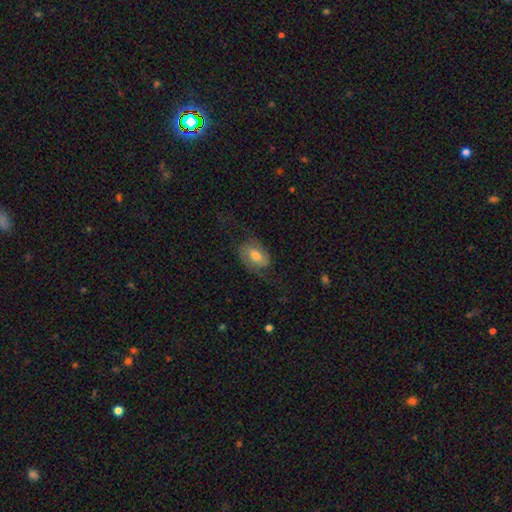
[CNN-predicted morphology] smooth-or-featured: featured or disk: 56% | smooth: 36% | star or artifact: 8%
  disk-edge-on: no: 96% | yes: 4%
    bar: no: 42% (tied) | weak: 42% (tied) | strong: 16%
    has-spiral-arms: yes: 87% | no: 13%
    bulge-size: moderate: 63% | small: 23% | large: 10% | none: 2% | dominant: 2%
  merging: none: 65% | minor disturbance: 18% | major disturbance: 16% | merger: 1%